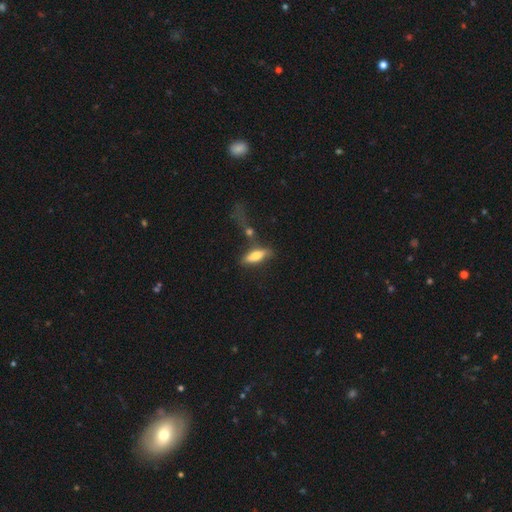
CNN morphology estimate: Smooth or featured: smooth — 66% (featured or disk — 27%)
How rounded: cigar-shaped — 50% (in between — 47%)
Merging: none — 53% (minor disturbance — 18%)